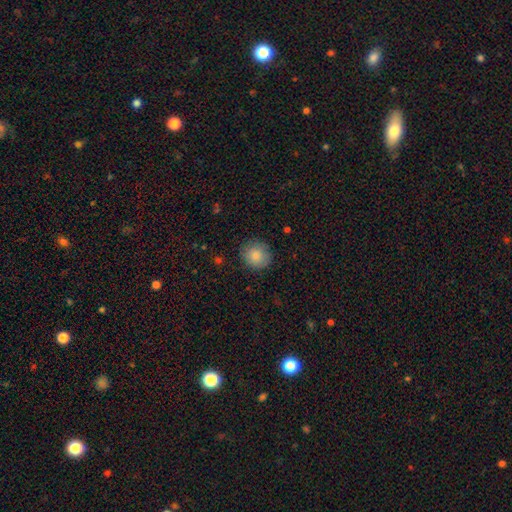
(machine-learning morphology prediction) smooth 84%, star or artifact 9%, featured or disk 7%. Down the decision tree: how rounded — round (89%); merging — none (86%).